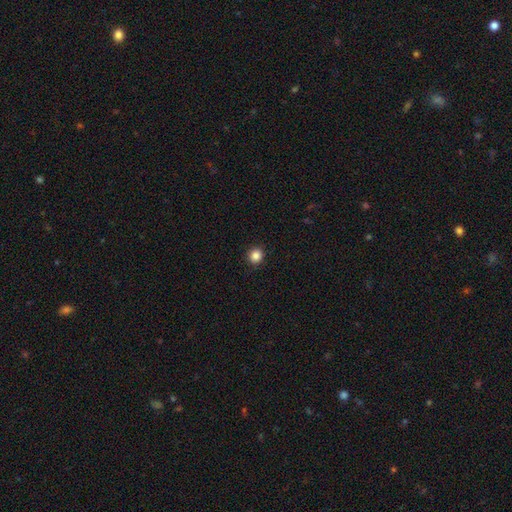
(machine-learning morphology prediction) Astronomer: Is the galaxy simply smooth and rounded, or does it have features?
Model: smooth — 86%.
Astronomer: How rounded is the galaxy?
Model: round — 92%.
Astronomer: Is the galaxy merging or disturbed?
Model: none — 92%.